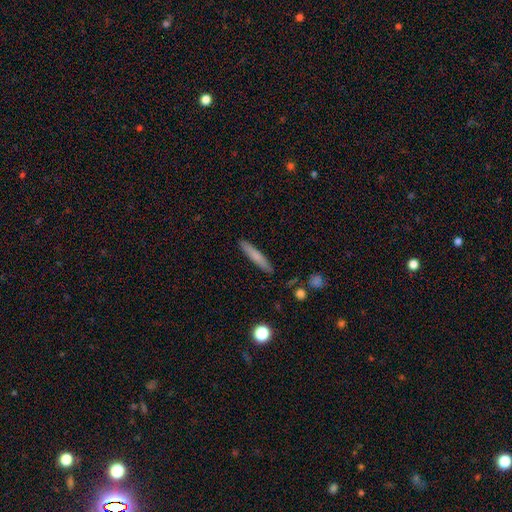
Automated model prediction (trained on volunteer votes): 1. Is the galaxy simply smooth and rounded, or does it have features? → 71% smooth, 23% featured or disk, 7% star or artifact.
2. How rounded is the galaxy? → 92% cigar-shaped, 6% in between, 2% round.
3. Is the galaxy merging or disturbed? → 88% none, 9% minor disturbance, 2% major disturbance, 2% merger.